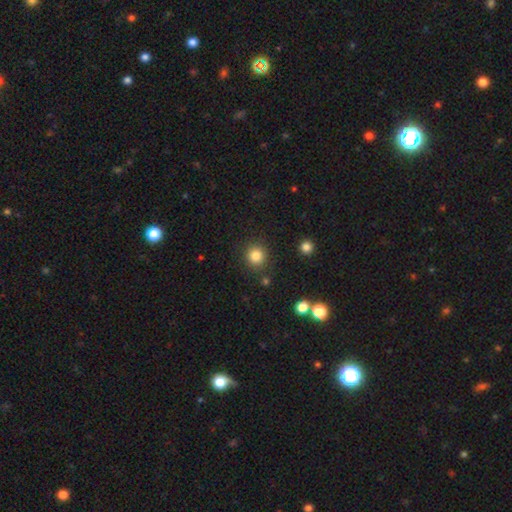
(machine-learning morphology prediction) smooth 83%, star or artifact 11%, featured or disk 5%. Down the decision tree: how rounded — round (92%); merging — none (87%).